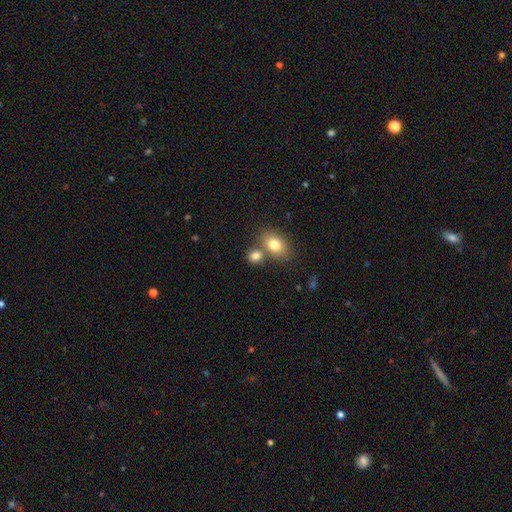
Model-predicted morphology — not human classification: The model was most divided on "how rounded": in between: 52%, round: 46%, cigar-shaped: 2%. More confident: smooth or featured — smooth (81%); merging — none (51%).